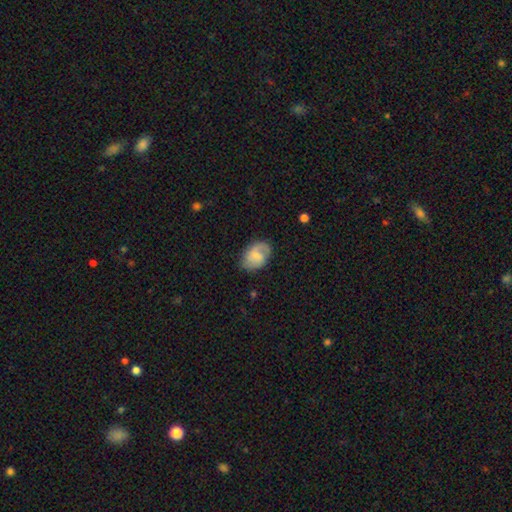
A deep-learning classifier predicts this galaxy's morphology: Smooth or featured: smooth — 52% (featured or disk — 41%)
How rounded: in between — 82% (round — 17%)
Merging: none — 68% (minor disturbance — 22%)